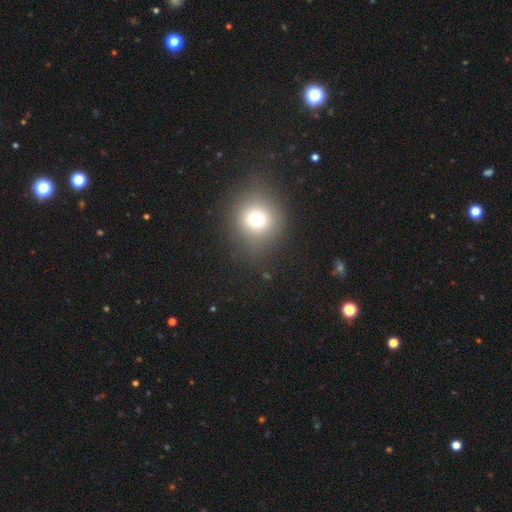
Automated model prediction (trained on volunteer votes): Morphology: type=smooth (58%); roundness=round (84%); merging=none (89%).